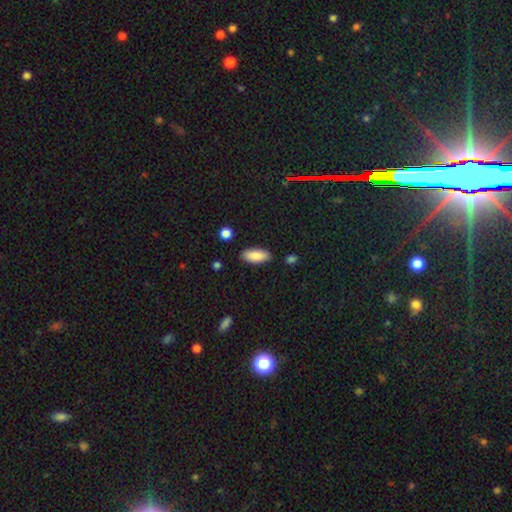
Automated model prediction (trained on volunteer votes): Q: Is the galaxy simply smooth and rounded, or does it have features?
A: smooth — 88%.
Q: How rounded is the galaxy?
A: in between — 81%.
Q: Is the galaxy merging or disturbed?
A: none — 85%.